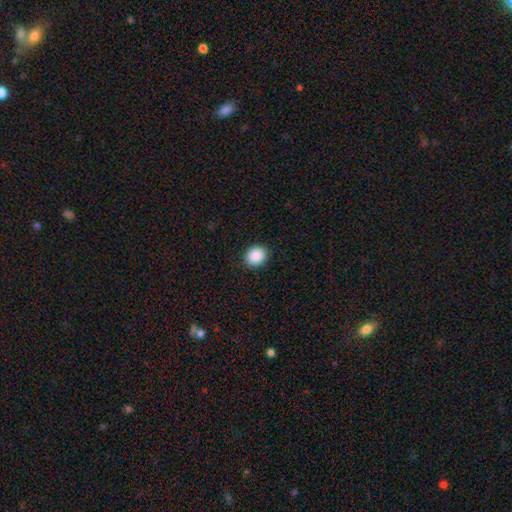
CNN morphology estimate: smooth_or_featured: smooth (p=0.90) [alt: star or artifact p=0.08]
how_rounded: round (p=0.67) [alt: in between p=0.32]
merging: none (p=0.90) [alt: minor disturbance p=0.07]